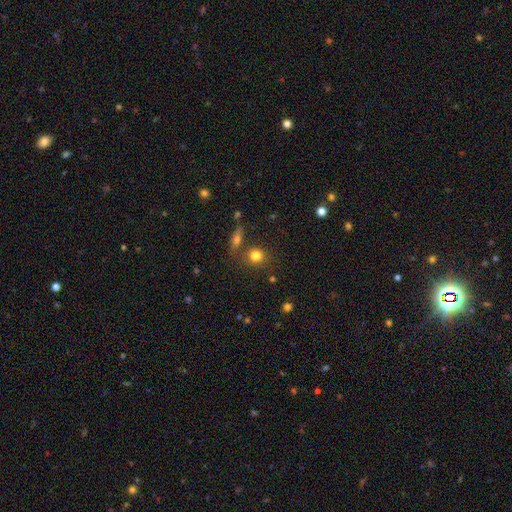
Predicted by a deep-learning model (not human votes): This is likely a smooth galaxy (80%). How rounded: clearly round (82%). Merging: likely none (73%).